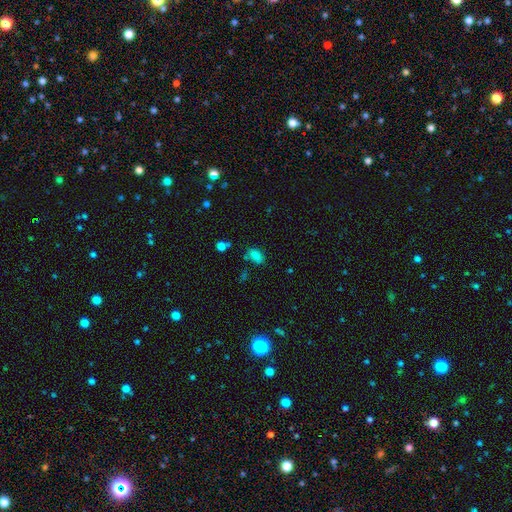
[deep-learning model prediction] Q: Smooth or featured?
A: smooth (78%); runner-up: star or artifact (16%)
Q: How rounded?
A: in between (88%); runner-up: round (9%)
Q: Merging?
A: none (66%); runner-up: minor disturbance (19%)